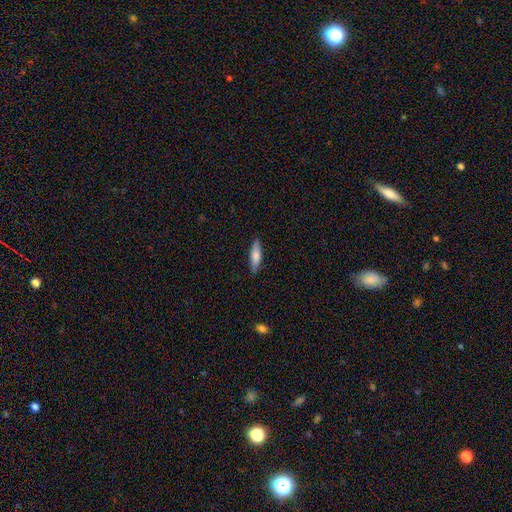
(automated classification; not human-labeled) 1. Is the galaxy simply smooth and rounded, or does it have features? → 75% smooth, 20% featured or disk, 6% star or artifact.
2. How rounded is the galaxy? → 66% cigar-shaped, 32% in between, 2% round.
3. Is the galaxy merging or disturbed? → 87% none, 10% minor disturbance, 2% major disturbance, 1% merger.